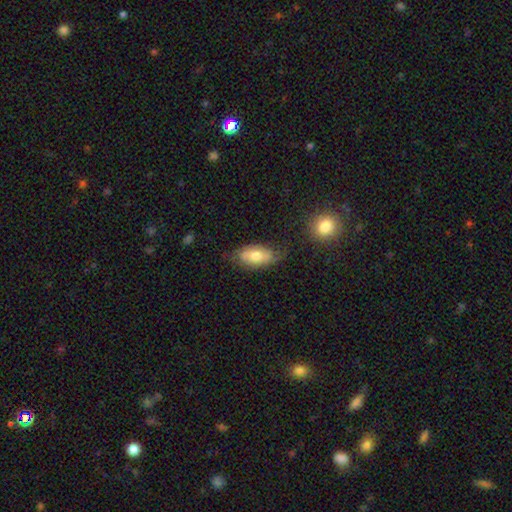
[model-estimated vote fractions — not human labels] Smooth or featured? Predicted: smooth (p=0.54). How rounded? Predicted: in between (p=0.90). Merging? Predicted: none (p=0.57).